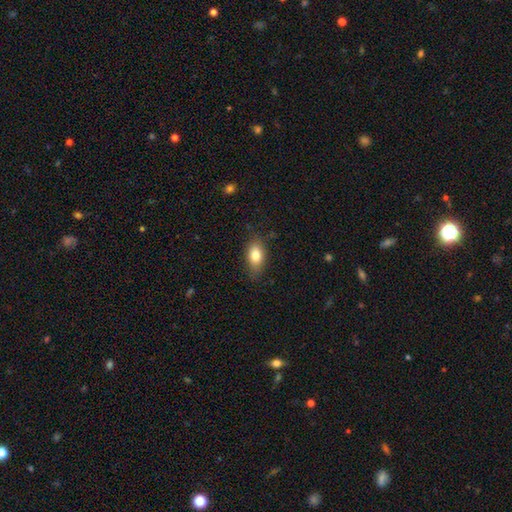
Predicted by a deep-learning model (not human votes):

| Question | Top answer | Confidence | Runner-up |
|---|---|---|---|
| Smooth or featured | smooth | 81% | featured or disk (11%) |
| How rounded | in between | 87% | round (9%) |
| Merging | none | 80% | minor disturbance (16%) |